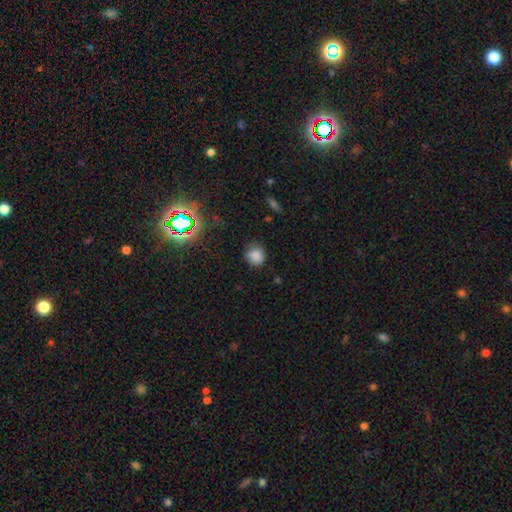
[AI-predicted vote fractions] This appears to be a smooth galaxy with no disk features (81%) that is round (84%). Merging: none (75%).